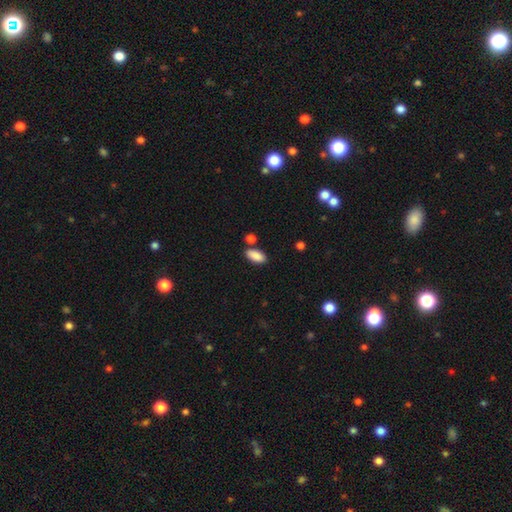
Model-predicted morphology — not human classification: smooth-or-featured: smooth: 89% | star or artifact: 7% | featured or disk: 4%
  how-rounded: in between: 89% | cigar-shaped: 8% | round: 3%
  merging: none: 76% | minor disturbance: 11% | merger: 10% | major disturbance: 3%